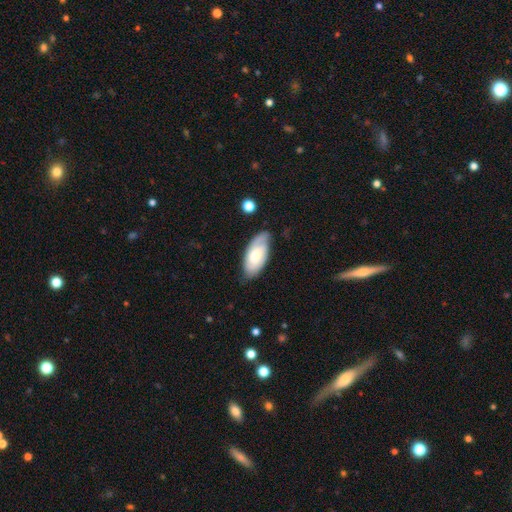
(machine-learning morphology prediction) smooth 48%, featured or disk 45%, star or artifact 6%. Down the decision tree: merging — none (68%).